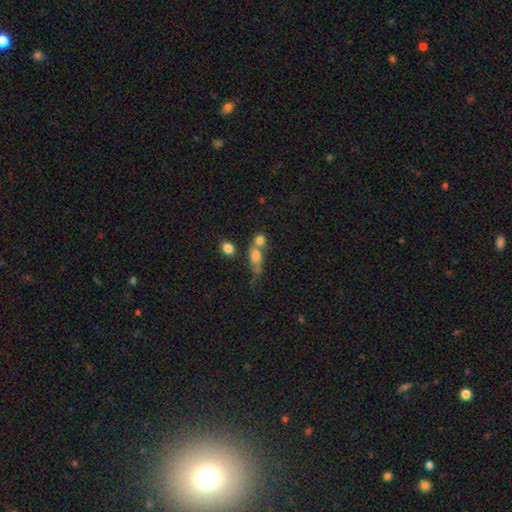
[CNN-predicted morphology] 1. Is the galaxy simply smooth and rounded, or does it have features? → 67% smooth, 19% featured or disk, 13% star or artifact.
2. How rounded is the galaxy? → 48% in between, 41% round, 11% cigar-shaped.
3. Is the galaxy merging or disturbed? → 46% merger, 28% none, 13% minor disturbance, 13% major disturbance.